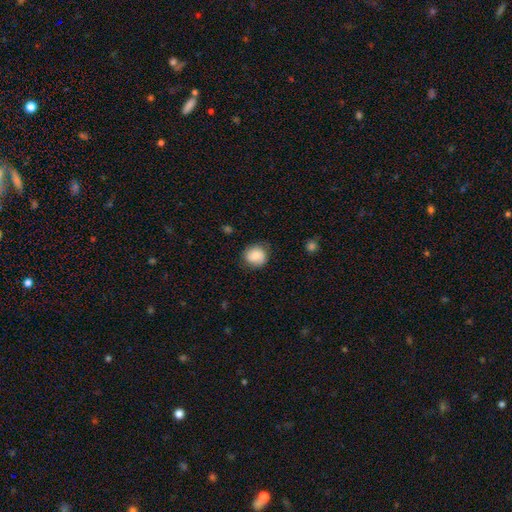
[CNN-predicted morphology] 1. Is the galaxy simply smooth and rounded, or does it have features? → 75% smooth, 17% featured or disk, 8% star or artifact.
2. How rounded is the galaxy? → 83% round, 16% in between, 1% cigar-shaped.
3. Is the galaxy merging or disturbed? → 77% none, 17% minor disturbance, 4% major disturbance, 1% merger.